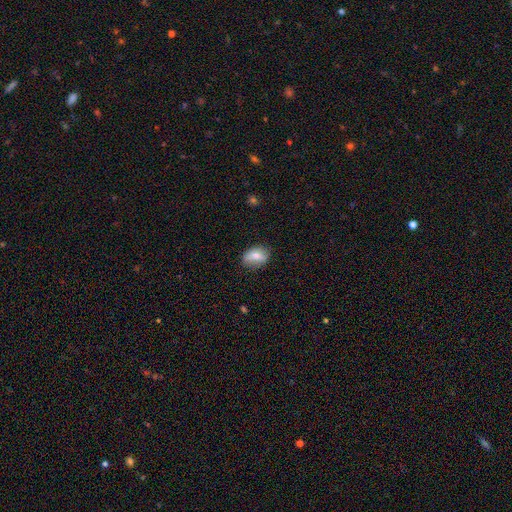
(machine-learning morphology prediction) Overall: smooth (70%). How rounded: in between (80%). Merging: none (75%).